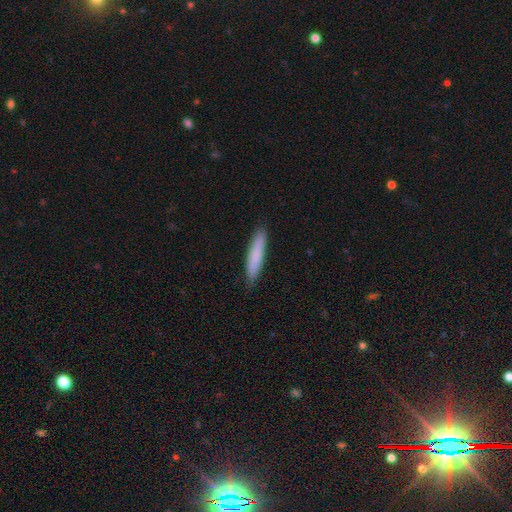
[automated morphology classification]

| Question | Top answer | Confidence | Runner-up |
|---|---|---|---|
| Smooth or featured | smooth | 81% | featured or disk (13%) |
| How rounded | cigar-shaped | 91% | in between (8%) |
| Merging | none | 89% | minor disturbance (8%) |